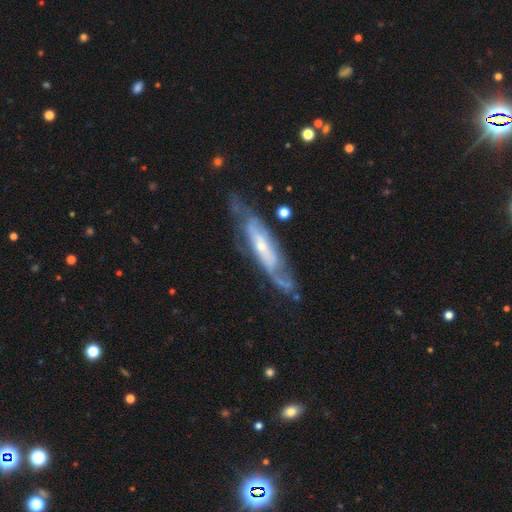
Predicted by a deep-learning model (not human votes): Morphology: type=featured or disk (78%); edge-on=no (57%); merging=none (73%).